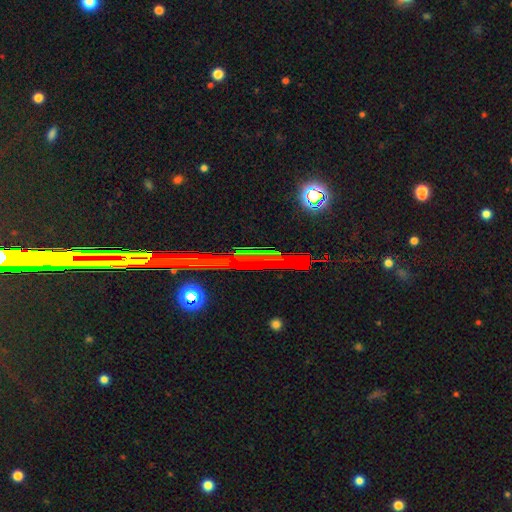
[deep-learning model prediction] Overall: star or artifact (62%; featured or disk 23%).